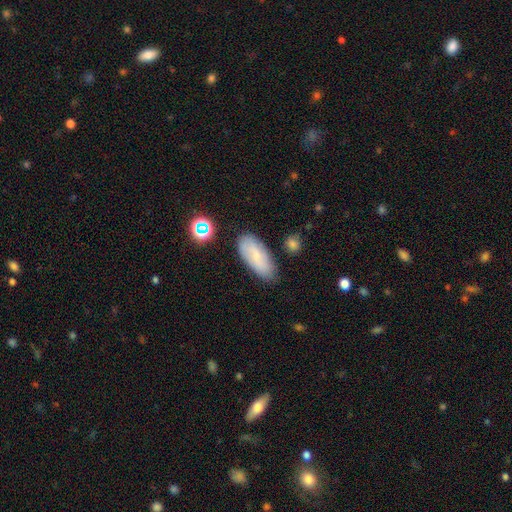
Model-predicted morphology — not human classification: Smooth or featured? Predicted: smooth (p=0.71). How rounded? Predicted: in between (p=0.83). Merging? Predicted: none (p=0.78).